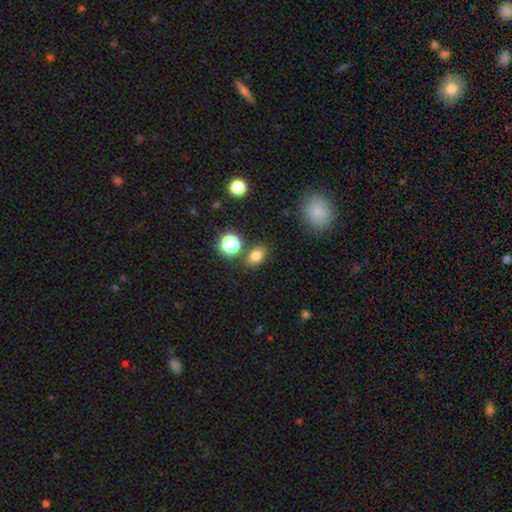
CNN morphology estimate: The model was most divided on "how rounded": in between: 73%, round: 24%, cigar-shaped: 2%. More confident: merging — none (79%); smooth or featured — smooth (77%).